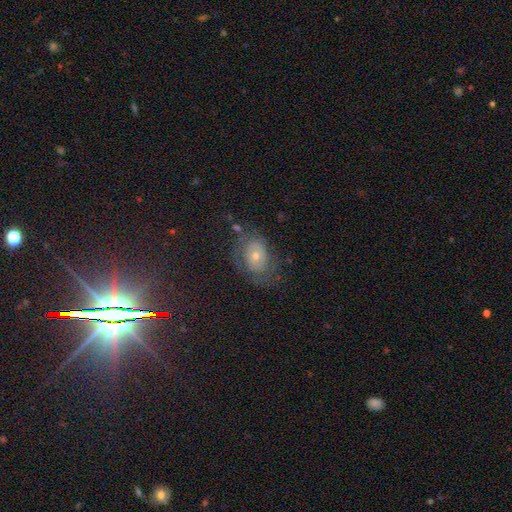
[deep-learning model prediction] This appears to be a featured or disk galaxy (47%). Merging: none (59%).